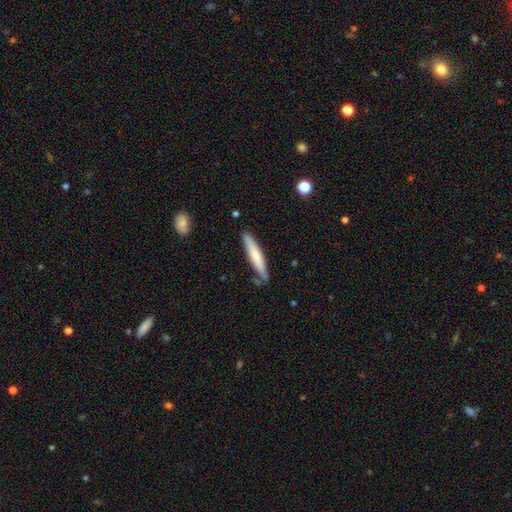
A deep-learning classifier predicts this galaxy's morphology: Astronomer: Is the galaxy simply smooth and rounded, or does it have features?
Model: smooth — 66%.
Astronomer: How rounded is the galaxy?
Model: cigar-shaped — 92%.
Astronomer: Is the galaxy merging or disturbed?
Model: none — 81%.